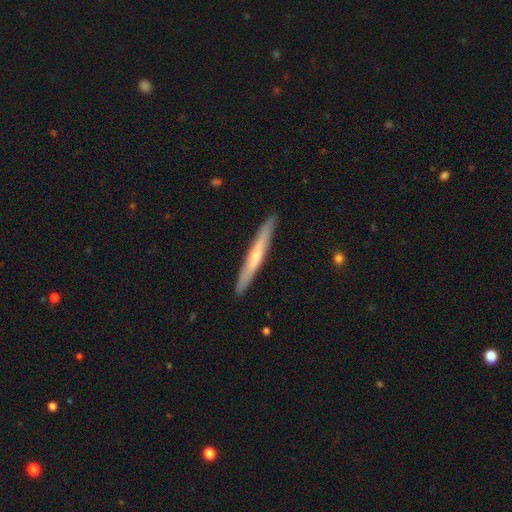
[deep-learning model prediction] Overall: featured or disk (53%; smooth 42%). Edge-on disk: yes (93%). Merging: none (91%).